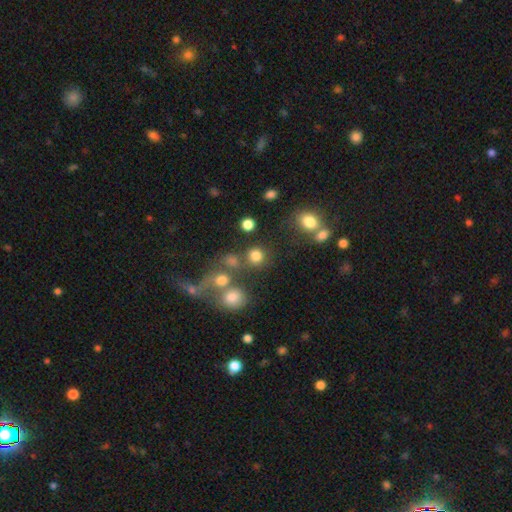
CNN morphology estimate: type=smooth (79%); roundness=round (90%); merging=none (70%).